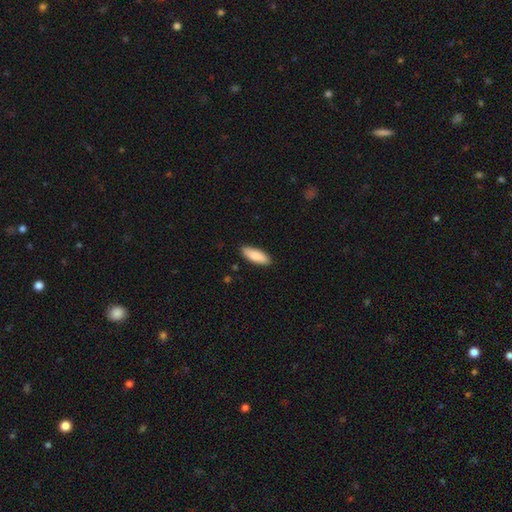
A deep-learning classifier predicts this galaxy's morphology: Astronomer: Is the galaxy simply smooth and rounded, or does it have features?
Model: smooth — 86%.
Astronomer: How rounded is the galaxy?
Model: in between — 69%.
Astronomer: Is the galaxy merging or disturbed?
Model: none — 87%.